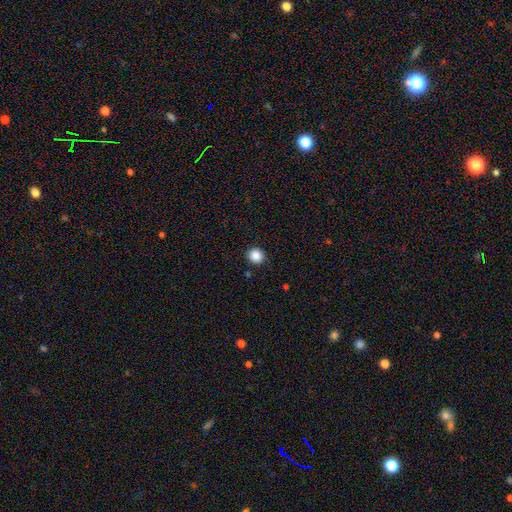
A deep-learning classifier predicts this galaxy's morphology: This appears to be a smooth galaxy with no disk features (87%) that is round (92%). Merging: none (91%).